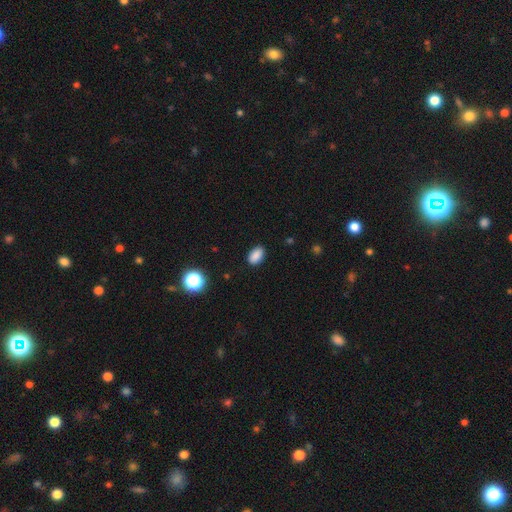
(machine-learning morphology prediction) Smooth or featured: smooth — 87% (star or artifact — 10%)
How rounded: in between — 89% (round — 10%)
Merging: none — 87% (minor disturbance — 10%)